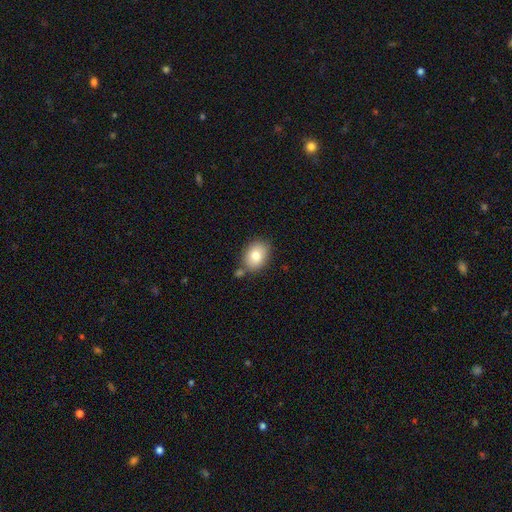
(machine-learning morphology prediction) A smooth galaxy with no disk features (80%) that is in between round and cigar-shaped (68%).

Vote fractions:
- Smooth or featured? smooth: 80% / featured or disk: 12% / star or artifact: 9%
- How rounded? in between: 68% / round: 31% / cigar-shaped: 1%
- Merging? none: 73% / minor disturbance: 14% / merger: 10% / major disturbance: 3%